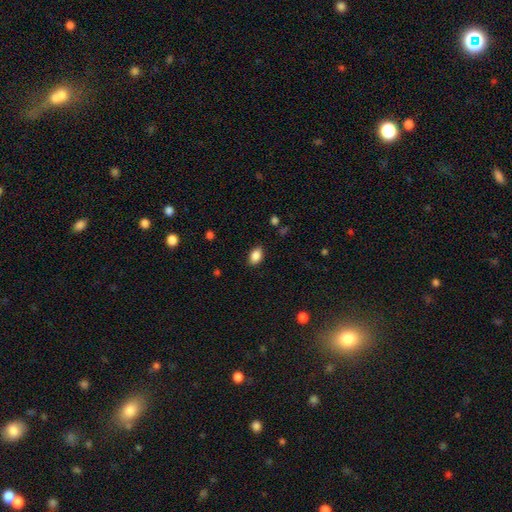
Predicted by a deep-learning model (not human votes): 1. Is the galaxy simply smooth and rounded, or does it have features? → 87% smooth, 8% star or artifact, 4% featured or disk.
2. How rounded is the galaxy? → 88% in between, 11% round, 2% cigar-shaped.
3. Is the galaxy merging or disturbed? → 86% none, 10% minor disturbance, 3% major disturbance, 1% merger.